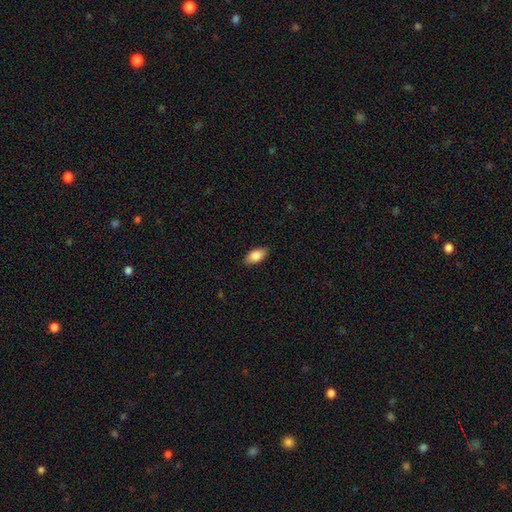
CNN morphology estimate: A smooth galaxy with no disk features (86%) that is in between round and cigar-shaped (91%). Merging: none (86%).